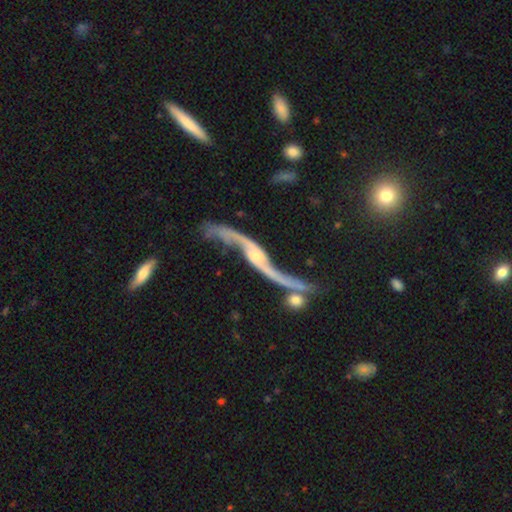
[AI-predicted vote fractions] Overall: featured or disk (89%). Edge-on disk: no (68%; yes 32%). Bar: no (56%; weak 31%). Spiral arms: yes (95%). Spiral arm count: 2 (93%). Spiral winding: loose (94%). Bulge size: small (45%; moderate 38%). Merging: none (51%; minor disturbance 20%).